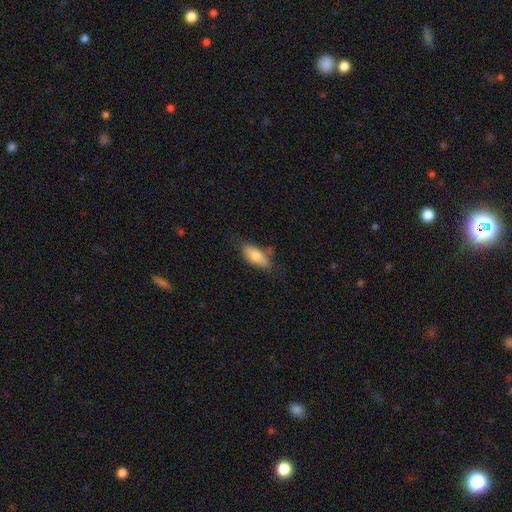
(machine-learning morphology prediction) Q: Smooth or featured?
A: smooth (74%); runner-up: featured or disk (19%)
Q: How rounded?
A: in between (77%); runner-up: cigar-shaped (20%)
Q: Merging?
A: none (68%); runner-up: minor disturbance (22%)